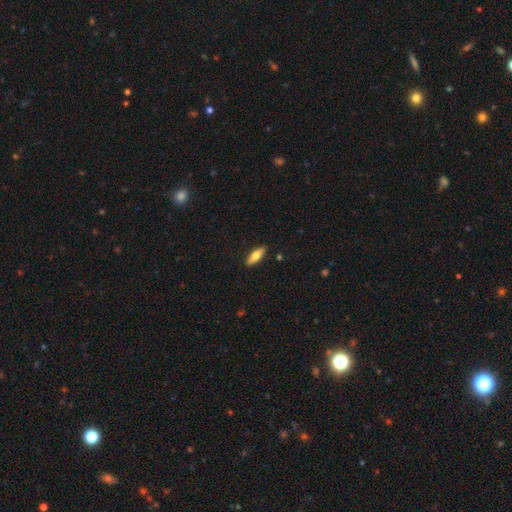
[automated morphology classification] Smooth or featured? smooth (66%)
How rounded? in between (57%)
Merging? none (89%)